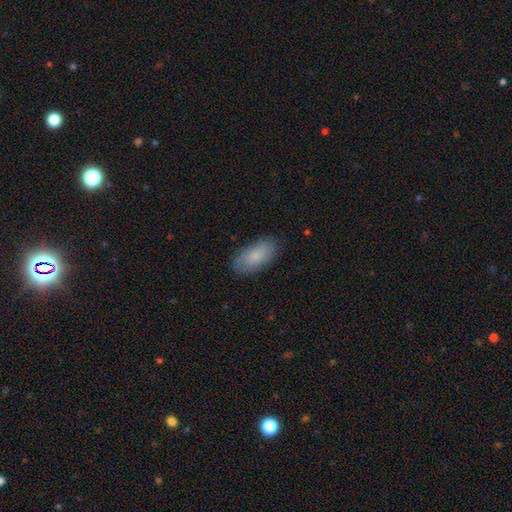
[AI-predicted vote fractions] This appears to be a smooth galaxy with no disk features (79%) that is in between round and cigar-shaped (92%). Merging: none (83%).